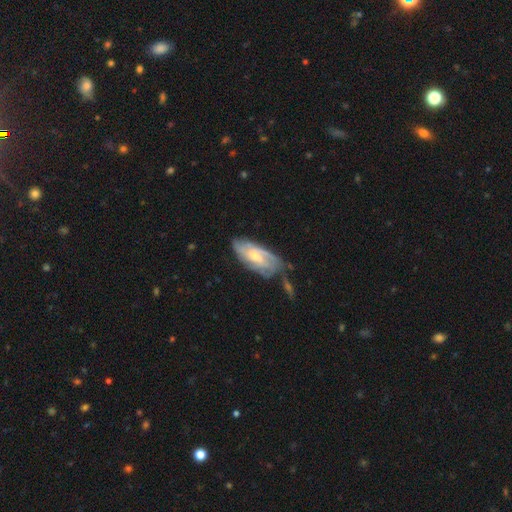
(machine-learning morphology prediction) A featured or disk galaxy (72%) with no bar (47%), tight (52%) spiral arms (90%) and a small central bulge (49%). Merging: none (57%).